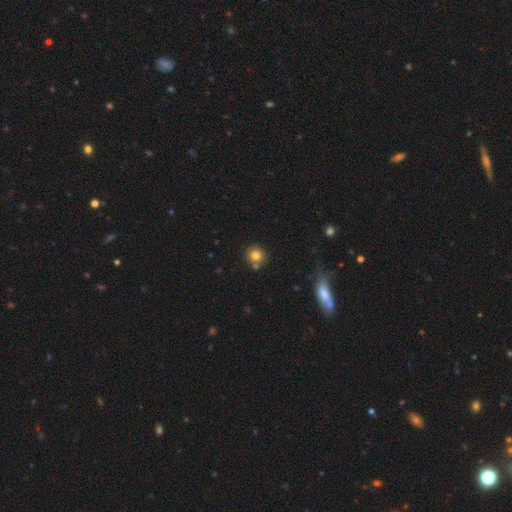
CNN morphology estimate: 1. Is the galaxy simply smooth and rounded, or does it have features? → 79% smooth, 11% star or artifact, 9% featured or disk.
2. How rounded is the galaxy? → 90% round, 9% in between, 1% cigar-shaped.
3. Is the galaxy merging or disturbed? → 72% none, 15% merger, 10% minor disturbance, 3% major disturbance.